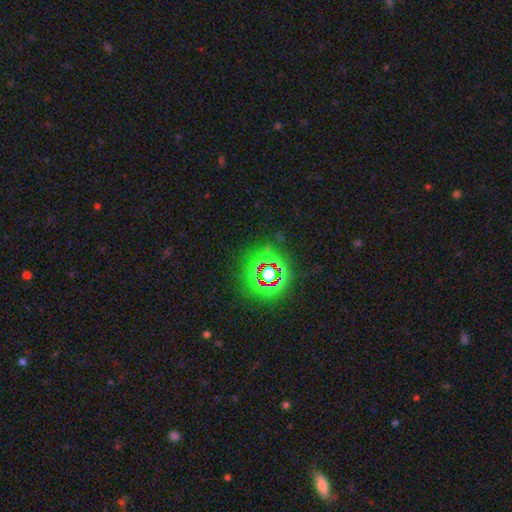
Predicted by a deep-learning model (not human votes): Smooth or featured? Predicted: star or artifact (p=0.69).